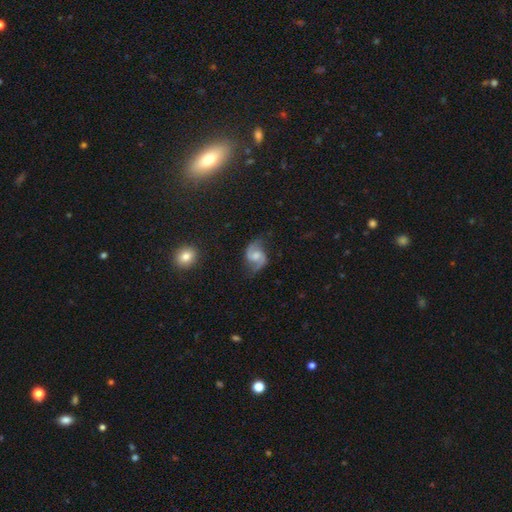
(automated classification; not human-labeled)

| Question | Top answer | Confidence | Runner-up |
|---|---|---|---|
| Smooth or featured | featured or disk | 89% | smooth (6%) |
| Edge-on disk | no | 98% | yes (2%) |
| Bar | weak | 48% | no (41%) |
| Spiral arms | yes | 98% | no (2%) |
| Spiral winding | medium | 55% | loose (33%) |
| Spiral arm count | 2 | 94% | can't tell (2%) |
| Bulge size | moderate | 45% | small (31%) |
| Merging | none | 77% | minor disturbance (16%) |